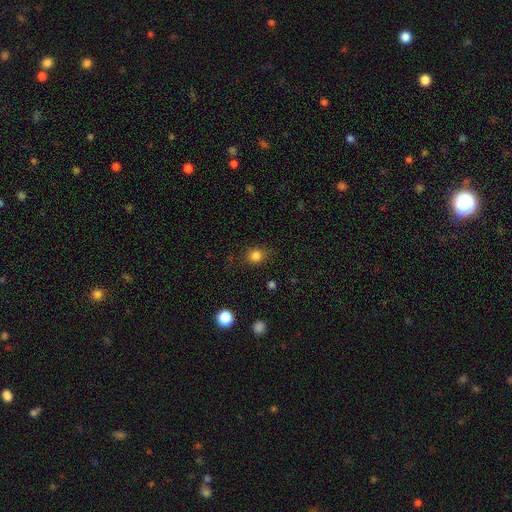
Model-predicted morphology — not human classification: smooth_or_featured: smooth (p=0.82) [alt: star or artifact p=0.13]
how_rounded: round (p=0.76) [alt: in between p=0.23]
merging: none (p=0.81) [alt: minor disturbance p=0.13]